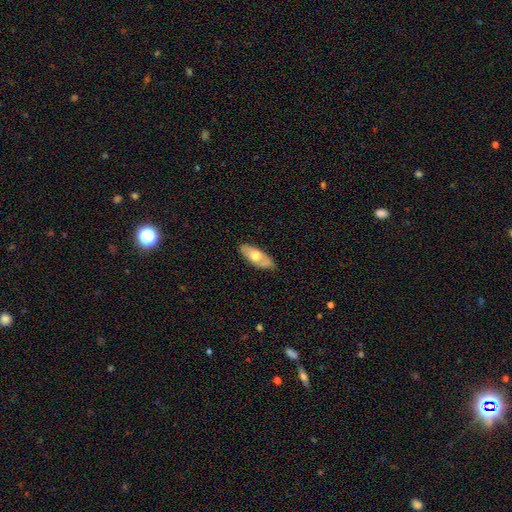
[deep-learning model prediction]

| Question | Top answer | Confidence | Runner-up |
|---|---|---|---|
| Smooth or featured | smooth | 55% | featured or disk (39%) |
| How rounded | in between | 83% | cigar-shaped (15%) |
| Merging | none | 81% | minor disturbance (15%) |